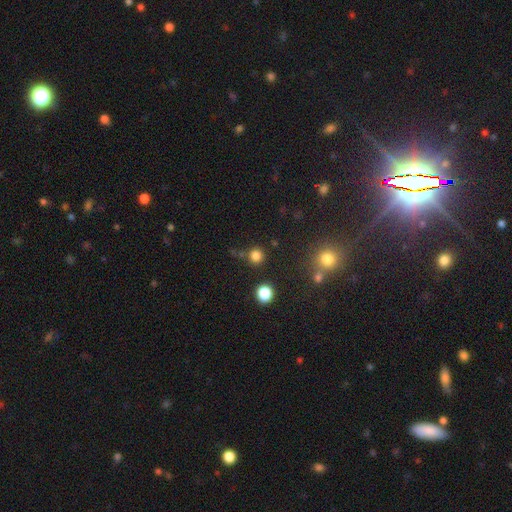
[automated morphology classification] Smooth or featured: smooth — 79% (star or artifact — 17%)
How rounded: round — 93% (in between — 6%)
Merging: none — 78% (minor disturbance — 9%)